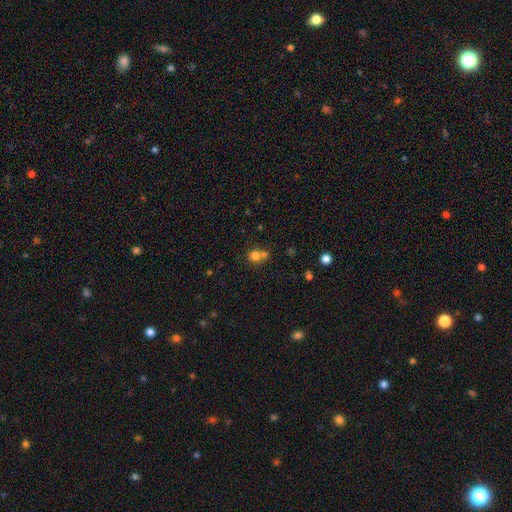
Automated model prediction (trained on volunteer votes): A smooth galaxy with no disk features (76%) that is round (80%). Merging: merger (48%).